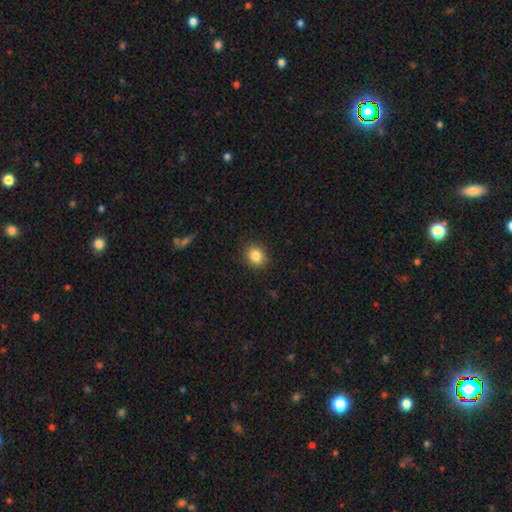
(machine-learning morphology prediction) Smooth or featured? smooth (84%)
How rounded? round (71%)
Merging? none (89%)